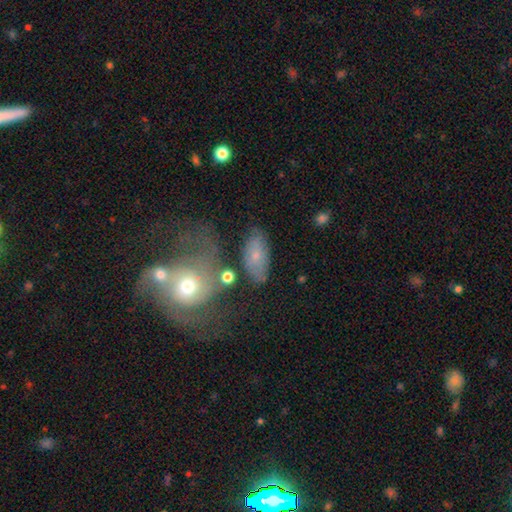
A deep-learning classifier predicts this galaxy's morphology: type=smooth (56%); roundness=in between (86%); merging=none (51%).